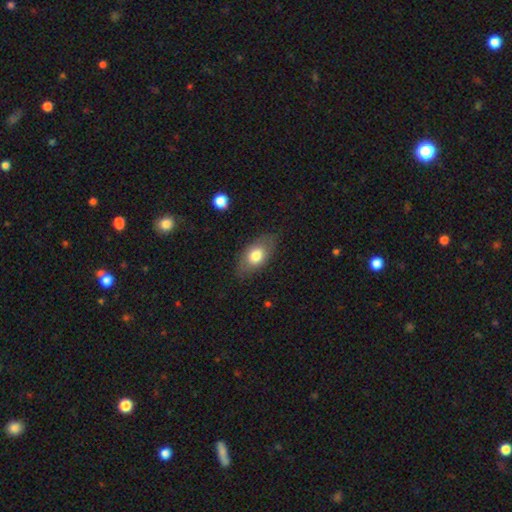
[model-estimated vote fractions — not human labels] A smooth galaxy with no disk features (72%) that is in between round and cigar-shaped (87%). Merging: none (76%).